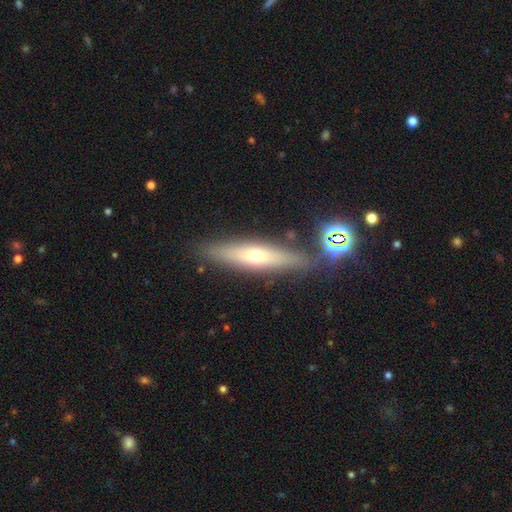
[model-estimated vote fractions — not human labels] Smooth or featured? featured or disk (46%)
Merging? none (82%)